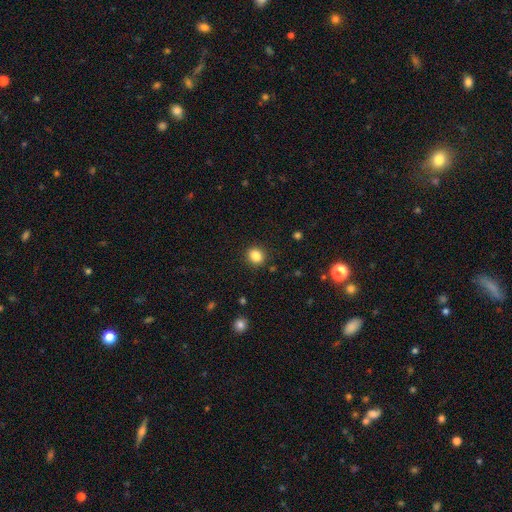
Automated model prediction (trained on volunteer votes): smooth 85%, star or artifact 11%, featured or disk 4%. Down the decision tree: how rounded — round (67%); merging — none (89%).